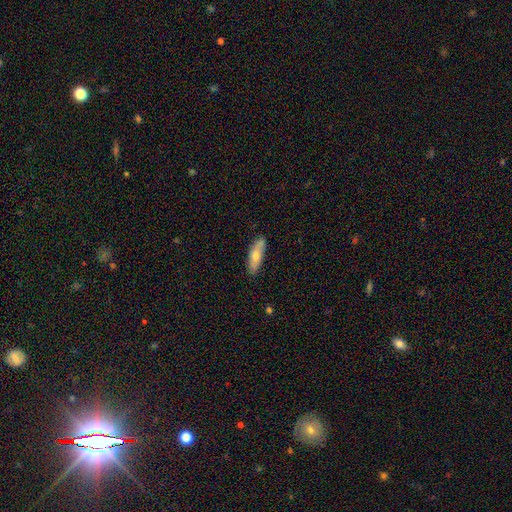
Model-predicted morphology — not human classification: Smooth or featured: smooth — 62% (featured or disk — 32%)
How rounded: cigar-shaped — 52% (in between — 46%)
Merging: none — 80% (minor disturbance — 15%)